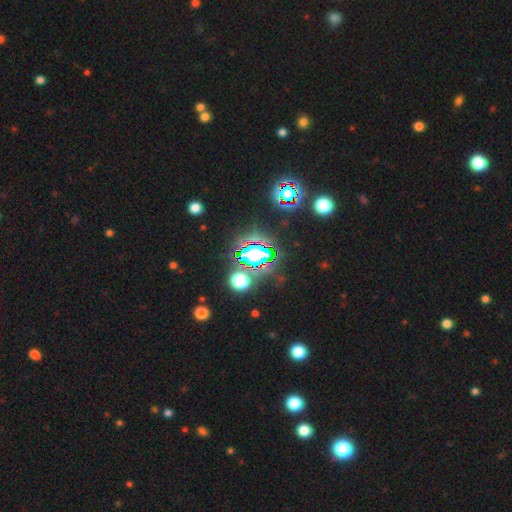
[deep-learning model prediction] smooth_or_featured: star or artifact (p=0.69) [alt: smooth p=0.20]